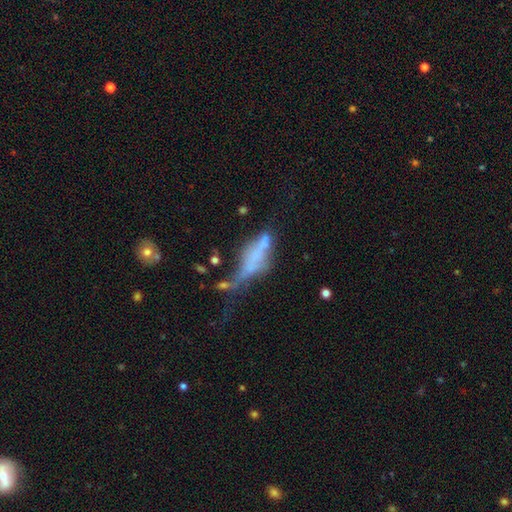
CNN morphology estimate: This appears to be a featured or disk galaxy (49%). Merging: major disturbance (39%).